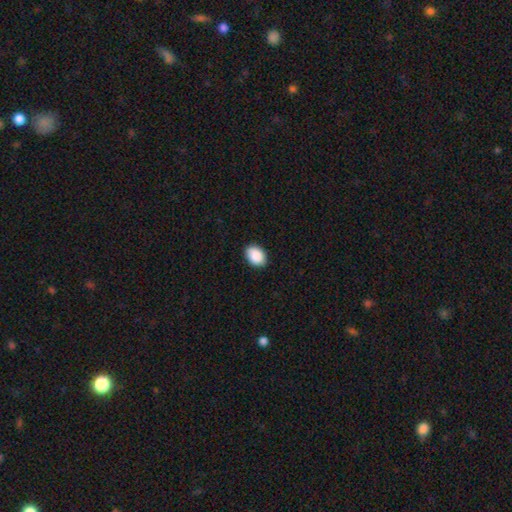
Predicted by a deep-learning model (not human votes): Smooth or featured? Predicted: smooth (p=0.90). How rounded? Predicted: in between (p=0.81). Merging? Predicted: none (p=0.88).